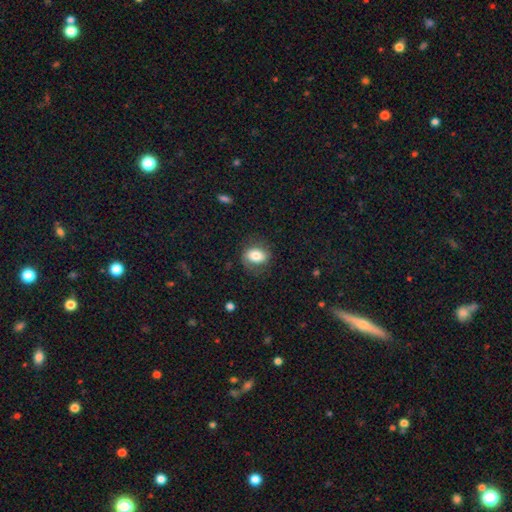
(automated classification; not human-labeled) This is likely a smooth galaxy (73%). How rounded: likely in between (73%). Merging: likely none (70%).